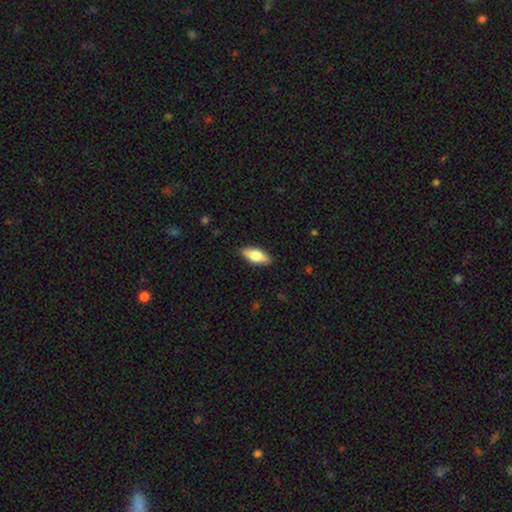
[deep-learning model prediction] The model was most divided on "smooth or featured": smooth: 72%, featured or disk: 22%, star or artifact: 6%. More confident: merging — none (88%); how rounded — in between (77%).